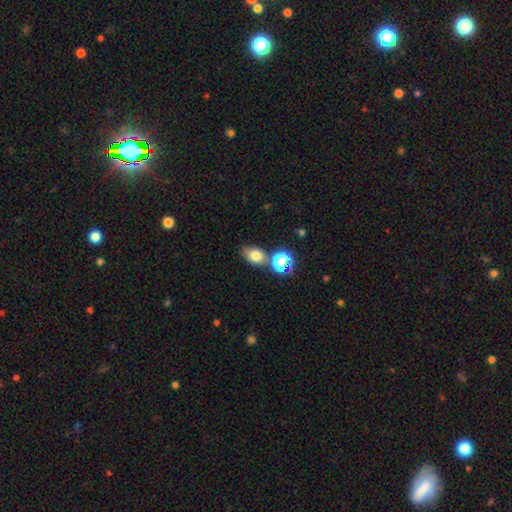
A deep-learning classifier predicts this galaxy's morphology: Smooth or featured: smooth — 76% (star or artifact — 15%)
How rounded: in between — 71% (round — 27%)
Merging: none — 64% (merger — 19%)